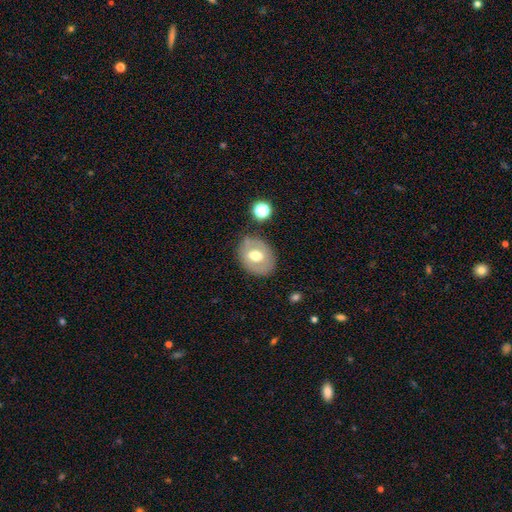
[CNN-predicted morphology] Smooth or featured? Predicted: smooth (p=0.53). How rounded? Predicted: in between (p=0.58). Merging? Predicted: none (p=0.73).